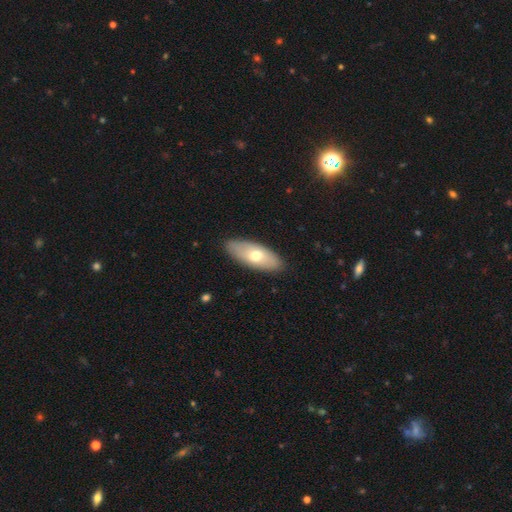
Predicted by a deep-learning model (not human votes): This appears to be a smooth galaxy with no disk features (61%) that is in between round and cigar-shaped (83%). Merging: none (87%).